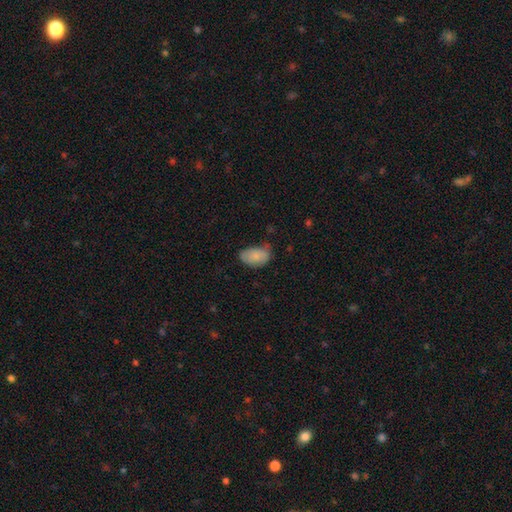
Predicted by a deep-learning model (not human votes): Morphology: type=smooth (82%); roundness=in between (91%); merging=none (55%).